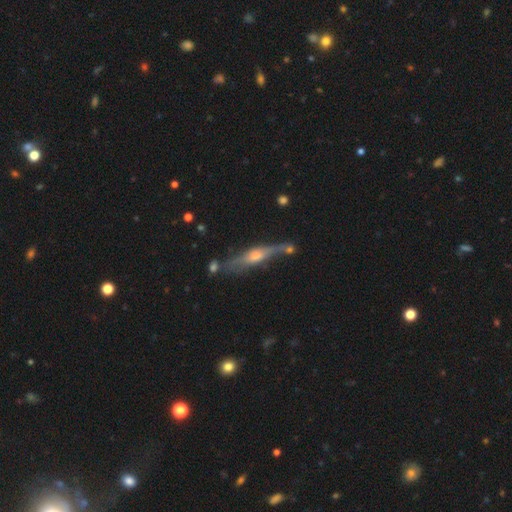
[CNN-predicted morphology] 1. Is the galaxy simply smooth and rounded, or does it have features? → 74% featured or disk, 19% smooth, 7% star or artifact.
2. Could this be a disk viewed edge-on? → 91% yes, 9% no.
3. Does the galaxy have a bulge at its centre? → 85% rounded, 9% boxy, 6% none.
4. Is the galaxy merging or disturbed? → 62% none, 19% minor disturbance, 12% merger, 7% major disturbance.